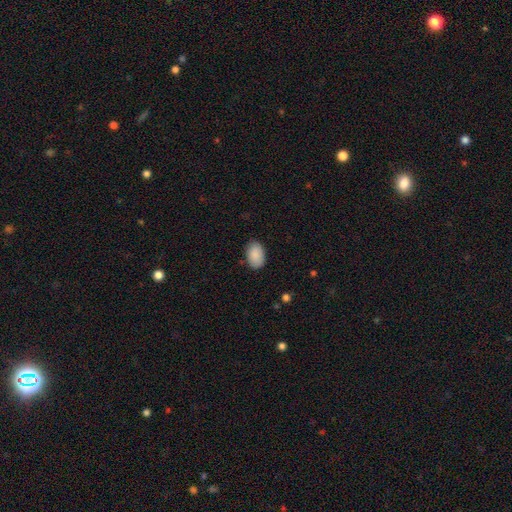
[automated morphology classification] A smooth galaxy with no disk features (90%) that is in between round and cigar-shaped (90%).

Vote fractions:
- Smooth or featured? smooth: 90% / star or artifact: 6% / featured or disk: 4%
- How rounded? in between: 90% / round: 9% / cigar-shaped: 1%
- Merging? none: 85% / minor disturbance: 12% / major disturbance: 2% / merger: 1%